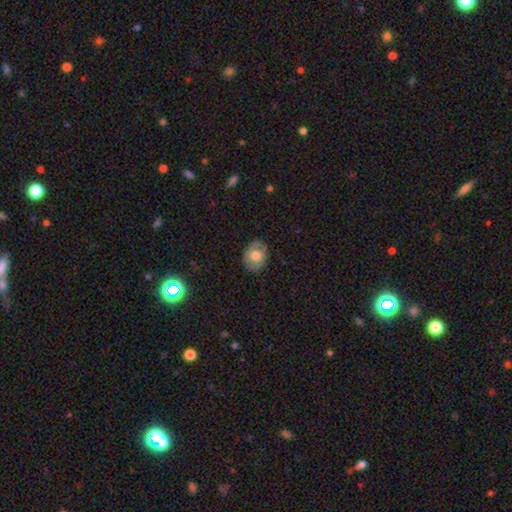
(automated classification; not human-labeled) Smooth or featured? smooth (63%)
How rounded? in between (59%)
Merging? none (80%)